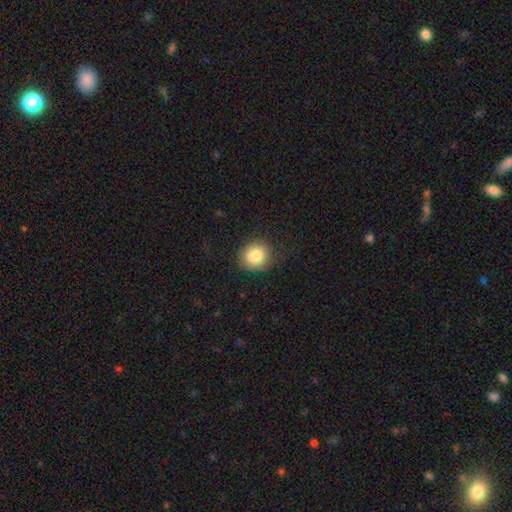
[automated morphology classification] A smooth galaxy with no disk features (82%) that is round (83%).

Vote fractions:
- Smooth or featured? smooth: 82% / star or artifact: 10% / featured or disk: 9%
- How rounded? round: 83% / in between: 16% / cigar-shaped: 1%
- Merging? none: 81% / minor disturbance: 13% / major disturbance: 4% / merger: 1%